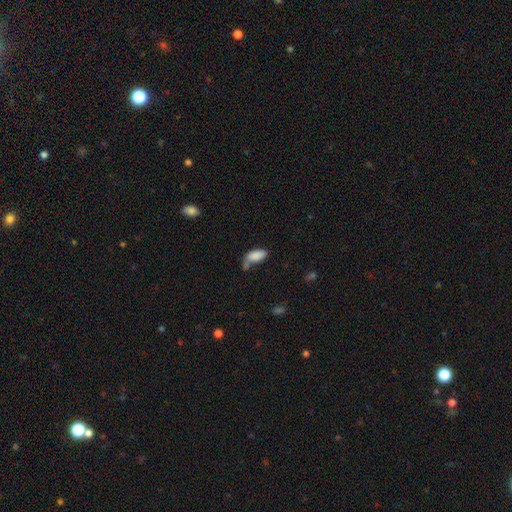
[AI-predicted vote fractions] Smooth or featured?
  - smooth: 83% *
  - featured or disk: 9%
  - star or artifact: 8%
How rounded?
  - in between: 90% *
  - cigar-shaped: 7%
  - round: 3%
Merging?
  - none: 38% *
  - minor disturbance: 26%
  - merger: 20%
  - major disturbance: 17%